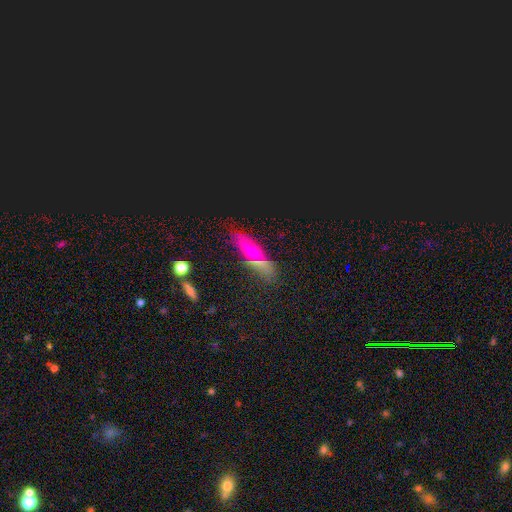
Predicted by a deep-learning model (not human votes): smooth_or_featured: smooth (p=0.48) [alt: featured or disk p=0.32]
merging: none (p=0.73) [alt: minor disturbance p=0.14]